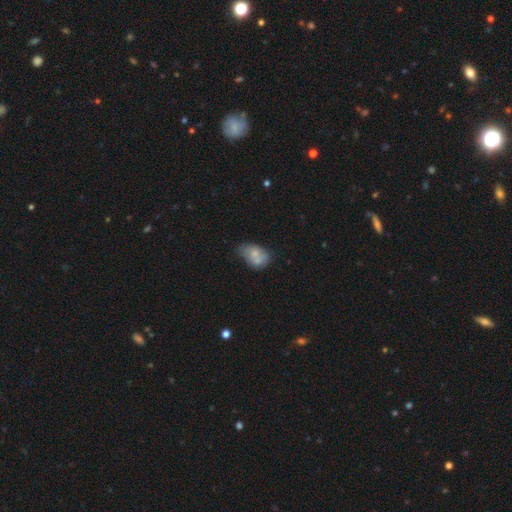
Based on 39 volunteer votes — A smooth galaxy with no disk features (64%) that is in between round and cigar-shaped (80%).

Vote fractions:
- Smooth or featured? smooth: 64% / featured or disk: 28% / star or artifact: 8%
- How rounded? in between: 80% / round: 20% / cigar-shaped: 0%
- Merging? merger: 53% / minor disturbance: 28% / none: 14% / major disturbance: 6%